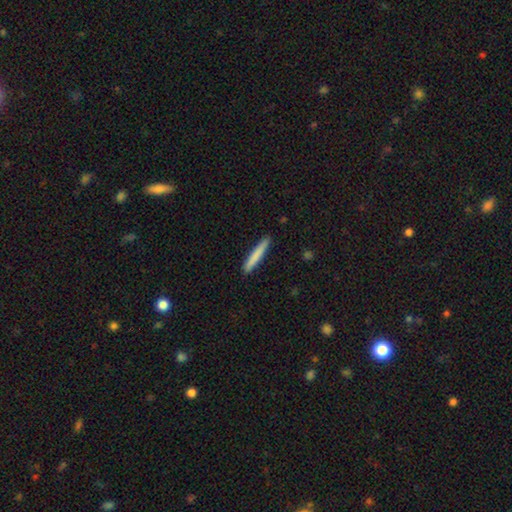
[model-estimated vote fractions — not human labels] Smooth or featured?
  - smooth: 79% *
  - featured or disk: 16%
  - star or artifact: 5%
How rounded?
  - cigar-shaped: 96% *
  - in between: 3%
  - round: 1%
Merging?
  - none: 91% *
  - minor disturbance: 6%
  - major disturbance: 1%
  - merger: 1%